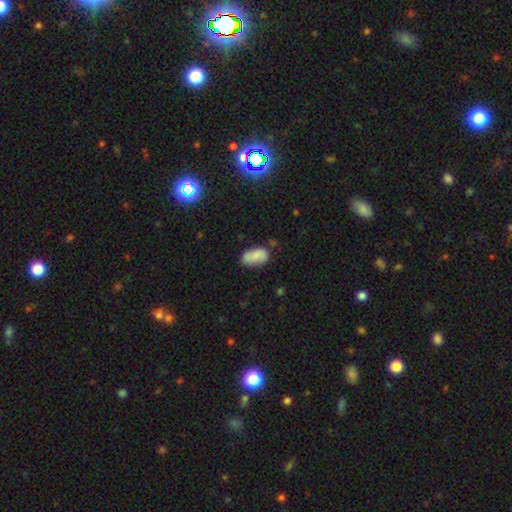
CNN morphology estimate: smooth_or_featured: smooth (p=0.79) [alt: featured or disk p=0.13]
how_rounded: in between (p=0.93) [alt: round p=0.05]
merging: none (p=0.64) [alt: minor disturbance p=0.24]